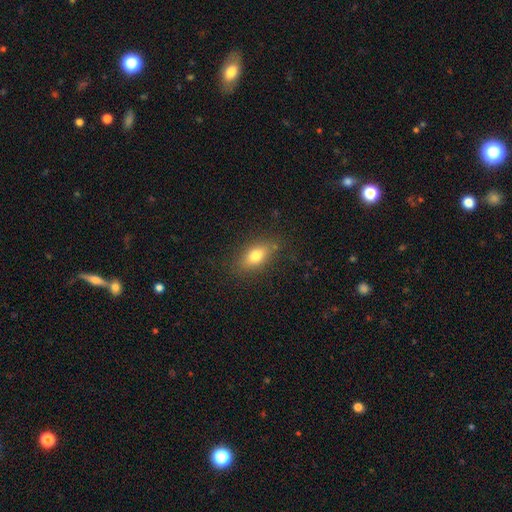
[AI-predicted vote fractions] This appears to be a smooth galaxy with no disk features (76%) that is in between round and cigar-shaped (81%). Merging: none (81%).